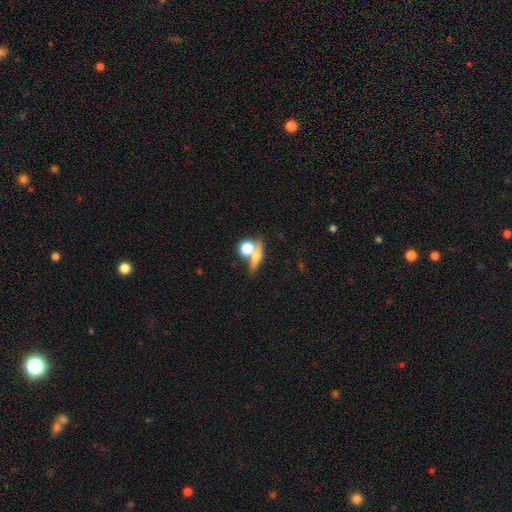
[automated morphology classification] smooth_or_featured: smooth (p=0.53) [alt: featured or disk p=0.34]
how_rounded: round (p=0.43) [alt: in between p=0.28]
merging: none (p=0.47) [alt: merger p=0.37]